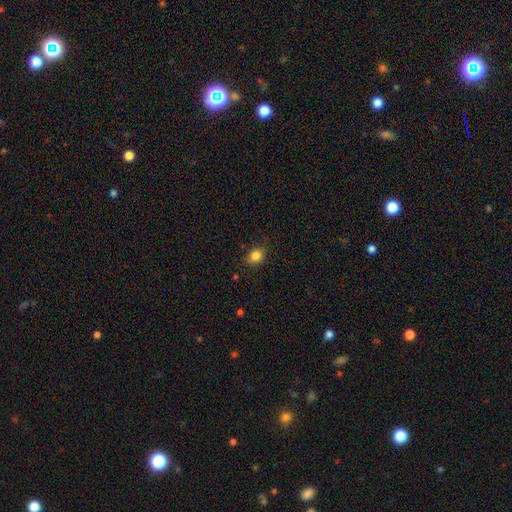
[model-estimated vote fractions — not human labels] Smooth or featured?
  - smooth: 84% *
  - star or artifact: 11%
  - featured or disk: 5%
How rounded?
  - round: 59% *
  - in between: 40%
  - cigar-shaped: 1%
Merging?
  - none: 86% *
  - minor disturbance: 10%
  - major disturbance: 2%
  - merger: 1%